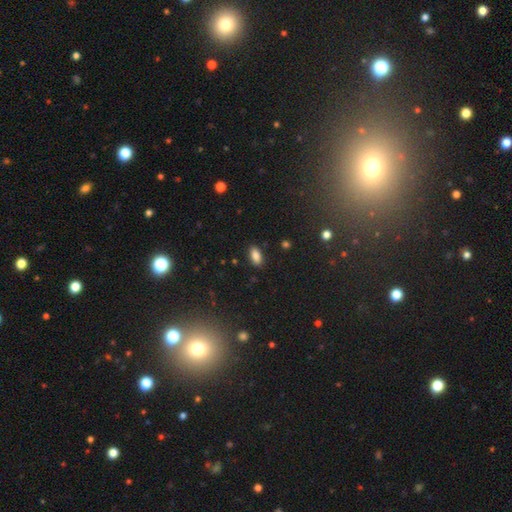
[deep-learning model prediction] This is clearly a smooth galaxy (85%). How rounded: clearly in between (90%). Merging: clearly none (88%).